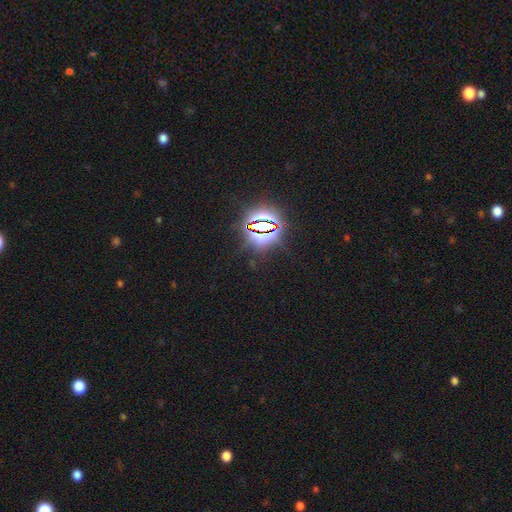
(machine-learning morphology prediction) Smooth or featured? star or artifact (85%)